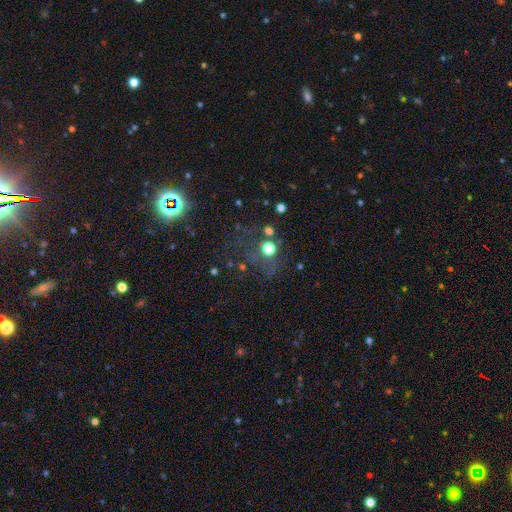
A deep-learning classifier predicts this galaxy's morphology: star or artifact 58%, smooth 27%, featured or disk 15%.